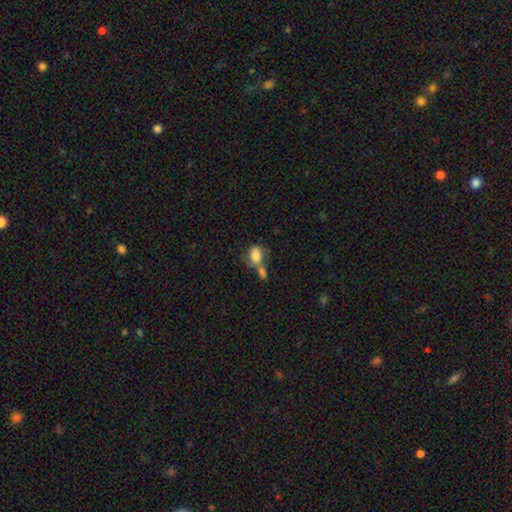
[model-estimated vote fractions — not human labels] Smooth or featured? Predicted: smooth (p=0.76). How rounded? Predicted: in between (p=0.70). Merging? Predicted: merger (p=0.45).